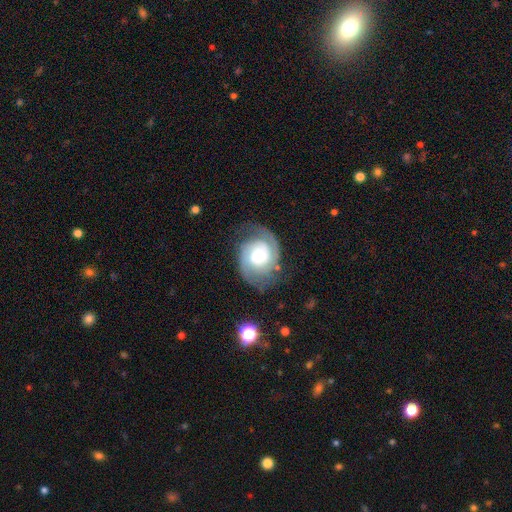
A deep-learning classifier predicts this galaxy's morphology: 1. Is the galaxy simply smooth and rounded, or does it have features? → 84% featured or disk, 10% smooth, 6% star or artifact.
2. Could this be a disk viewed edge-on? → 98% no, 2% yes.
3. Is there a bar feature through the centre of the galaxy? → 66% no, 28% weak, 6% strong.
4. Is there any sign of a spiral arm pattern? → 96% yes, 4% no.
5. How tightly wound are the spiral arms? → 56% tight, 35% medium, 8% loose.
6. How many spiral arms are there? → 79% 2, 8% can't tell, 5% 3, 4% 1, 2% 4, 2% more than 4.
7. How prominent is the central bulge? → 41% moderate, 32% small, 19% large, 4% none, 4% dominant.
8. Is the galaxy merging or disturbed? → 73% none, 17% minor disturbance, 8% major disturbance, 1% merger.